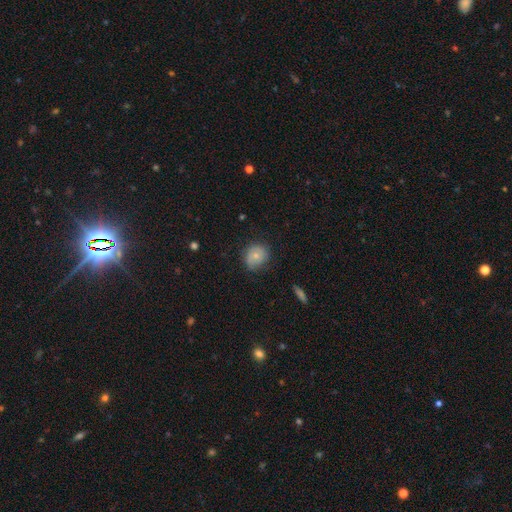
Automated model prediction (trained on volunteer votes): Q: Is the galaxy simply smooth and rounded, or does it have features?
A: smooth — 65%.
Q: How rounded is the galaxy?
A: round — 71%.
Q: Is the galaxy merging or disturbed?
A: none — 68%.